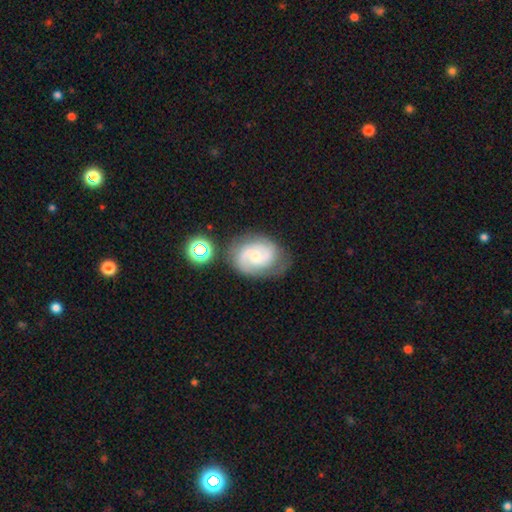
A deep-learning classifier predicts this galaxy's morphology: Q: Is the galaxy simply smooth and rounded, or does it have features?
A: featured or disk — 81%.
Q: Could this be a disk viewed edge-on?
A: no — 98%.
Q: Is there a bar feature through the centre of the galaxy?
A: no — 56%.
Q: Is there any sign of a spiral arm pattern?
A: yes — 96%.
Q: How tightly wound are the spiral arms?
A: medium — 48%.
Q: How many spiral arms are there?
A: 2 — 78%.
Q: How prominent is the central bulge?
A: small — 56%.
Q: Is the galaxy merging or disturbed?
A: none — 67%.